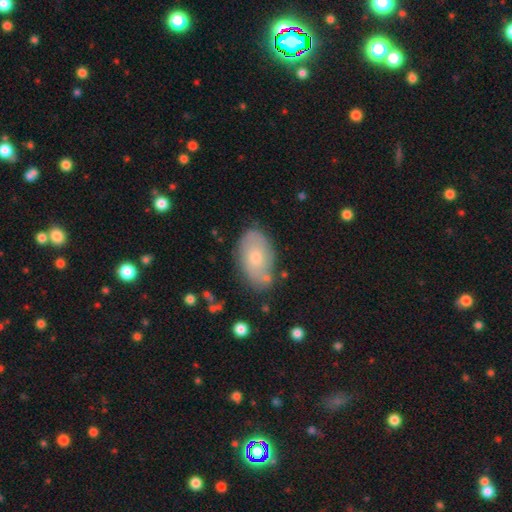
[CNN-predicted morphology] Smooth or featured: smooth — 60% (featured or disk — 33%)
How rounded: in between — 92% (round — 7%)
Merging: none — 72% (minor disturbance — 19%)